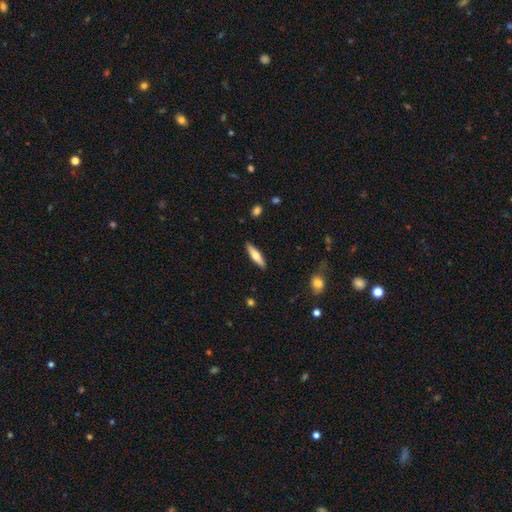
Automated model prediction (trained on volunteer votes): Smooth or featured? smooth (62%)
How rounded? cigar-shaped (76%)
Merging? none (89%)